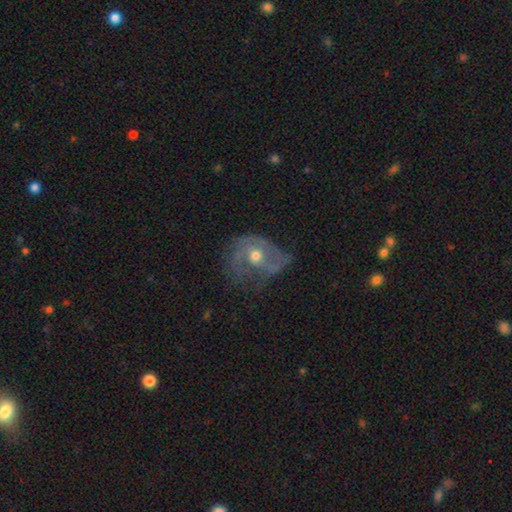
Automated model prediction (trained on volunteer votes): Q: Smooth or featured?
A: featured or disk (69%); runner-up: smooth (24%)
Q: Edge-on disk?
A: no (96%); runner-up: yes (4%)
Q: Bar?
A: no (80%); runner-up: weak (16%)
Q: Spiral arms?
A: yes (68%); runner-up: no (32%)
Q: Bulge size?
A: moderate (69%); runner-up: small (25%)
Q: Merging?
A: none (36%); runner-up: major disturbance (33%)